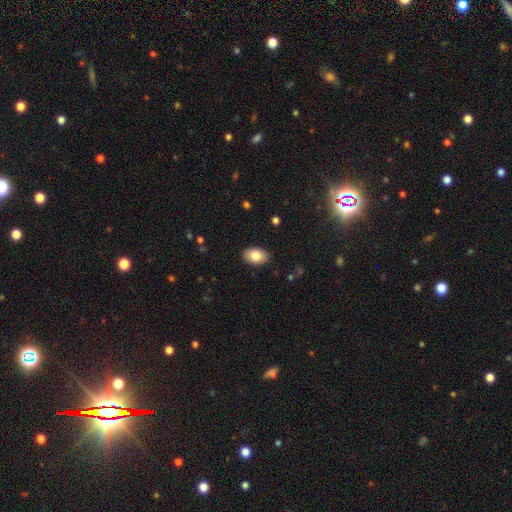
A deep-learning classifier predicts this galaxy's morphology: type=smooth (83%); roundness=in between (88%); merging=none (88%).